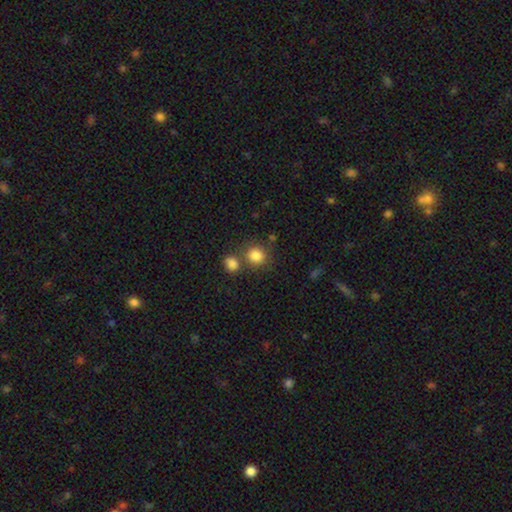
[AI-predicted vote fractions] Smooth or featured? smooth (84%)
How rounded? round (85%)
Merging? none (66%)